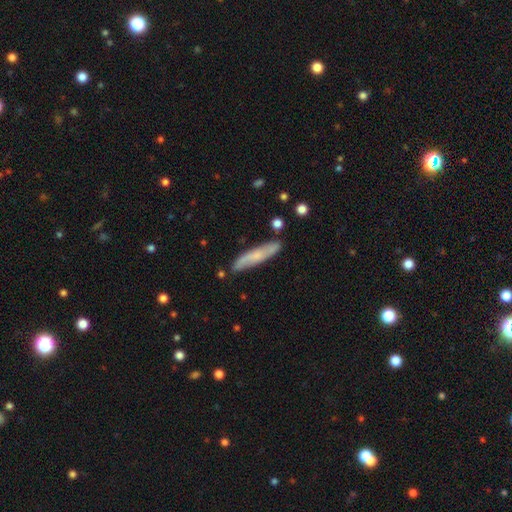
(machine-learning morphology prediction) A smooth galaxy with no disk features (54%) that is cigar-shaped (86%).

Vote fractions:
- Smooth or featured? smooth: 54% / featured or disk: 39% / star or artifact: 7%
- How rounded? cigar-shaped: 86% / in between: 12% / round: 2%
- Merging? none: 81% / minor disturbance: 14% / merger: 3% / major disturbance: 2%